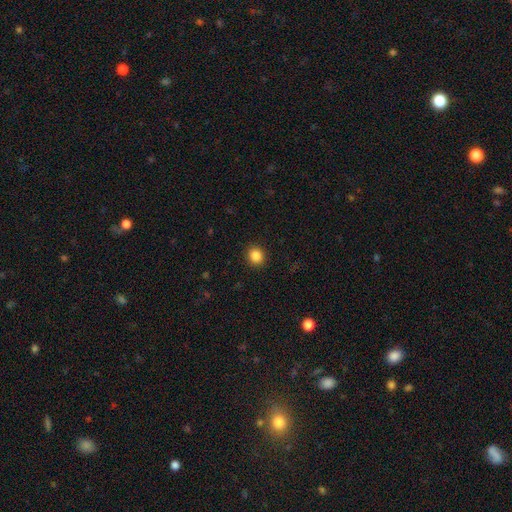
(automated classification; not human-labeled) Smooth or featured? smooth (86%)
How rounded? round (84%)
Merging? none (92%)